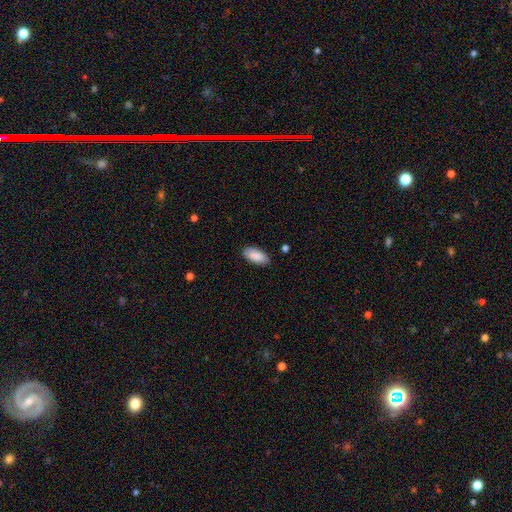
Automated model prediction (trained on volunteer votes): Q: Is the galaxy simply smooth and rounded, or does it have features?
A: smooth — 86%.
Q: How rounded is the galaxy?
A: in between — 92%.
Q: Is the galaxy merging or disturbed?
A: none — 82%.